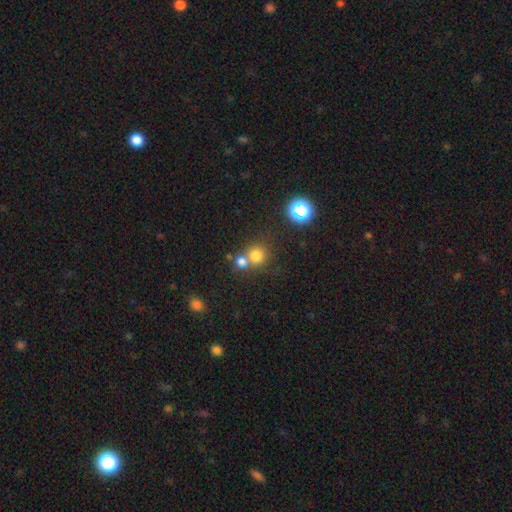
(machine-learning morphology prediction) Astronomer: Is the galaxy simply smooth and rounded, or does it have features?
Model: smooth — 74%.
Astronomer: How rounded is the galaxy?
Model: round — 89%.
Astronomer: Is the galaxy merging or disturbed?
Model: none — 52% (runner-up: merger, 38%).